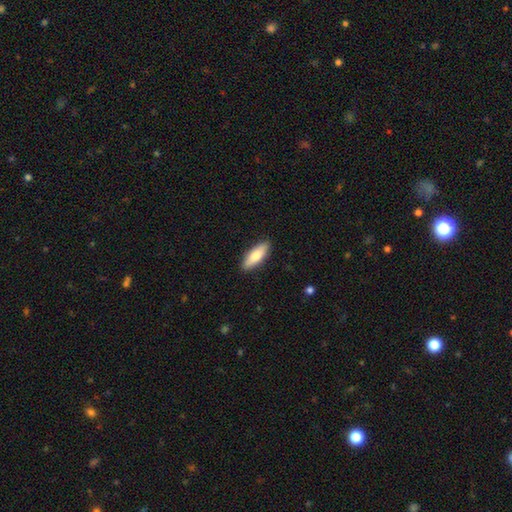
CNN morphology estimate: A smooth galaxy with no disk features (75%) that is in between round and cigar-shaped (58%).

Vote fractions:
- Smooth or featured? smooth: 75% / featured or disk: 20% / star or artifact: 5%
- How rounded? in between: 58% / cigar-shaped: 40% / round: 2%
- Merging? none: 89% / minor disturbance: 8% / major disturbance: 2% / merger: 1%